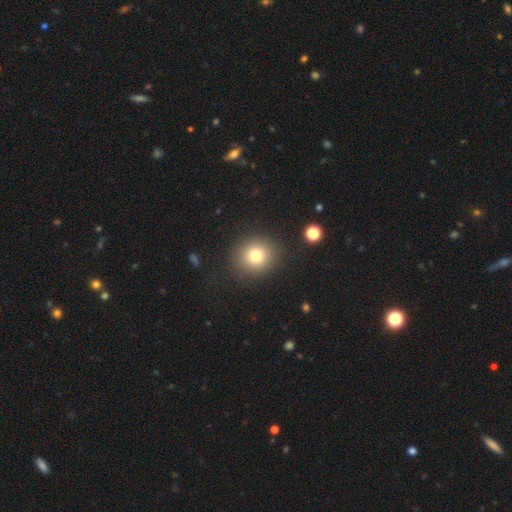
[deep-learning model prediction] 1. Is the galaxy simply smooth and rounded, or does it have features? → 77% smooth, 13% star or artifact, 10% featured or disk.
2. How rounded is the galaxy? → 83% round, 16% in between, 1% cigar-shaped.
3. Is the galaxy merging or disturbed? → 87% none, 7% minor disturbance, 3% major disturbance, 2% merger.